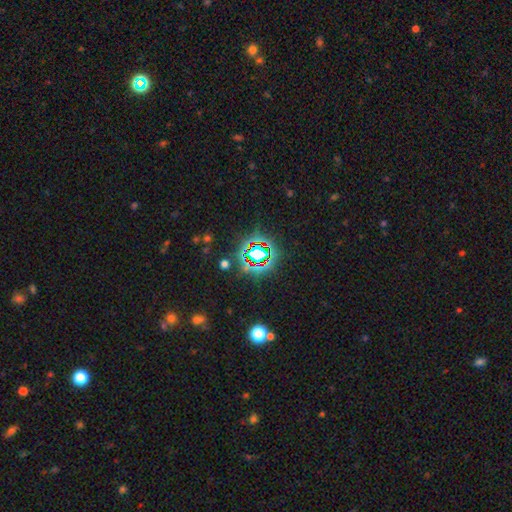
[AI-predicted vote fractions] smooth-or-featured: star or artifact: 74% | smooth: 16% | featured or disk: 10%